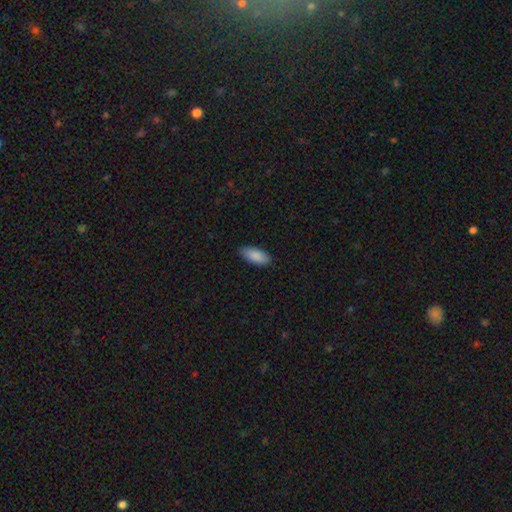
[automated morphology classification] Smooth or featured? smooth (90%)
How rounded? in between (87%)
Merging? none (87%)